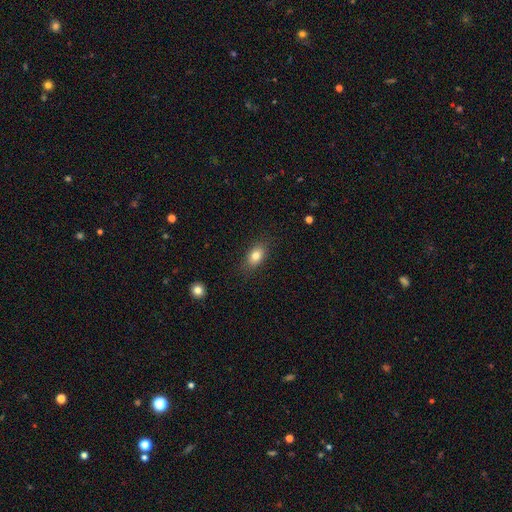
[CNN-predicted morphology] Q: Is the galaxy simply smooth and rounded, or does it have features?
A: smooth — 79%.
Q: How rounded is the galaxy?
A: in between — 80%.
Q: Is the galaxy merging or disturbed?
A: none — 82%.